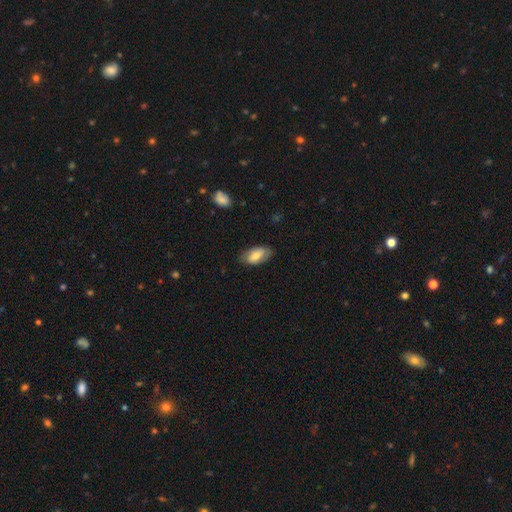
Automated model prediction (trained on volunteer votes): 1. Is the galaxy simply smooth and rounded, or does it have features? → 62% smooth, 31% featured or disk, 6% star or artifact.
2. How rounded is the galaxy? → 92% in between, 4% cigar-shaped, 4% round.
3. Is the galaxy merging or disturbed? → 77% none, 18% minor disturbance, 4% major disturbance, 1% merger.